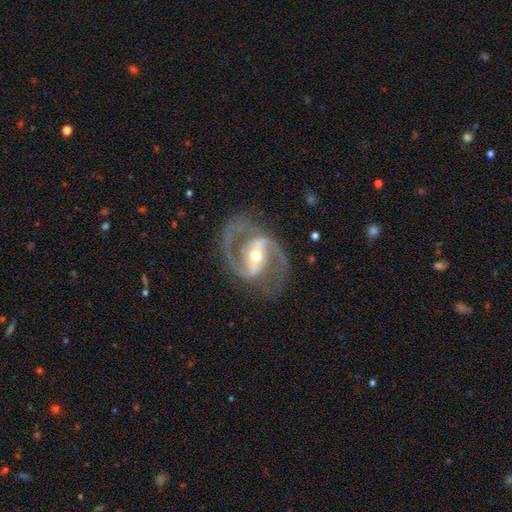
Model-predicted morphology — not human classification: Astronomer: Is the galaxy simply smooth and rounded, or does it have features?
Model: featured or disk — 92%.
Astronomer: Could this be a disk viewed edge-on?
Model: no — 97%.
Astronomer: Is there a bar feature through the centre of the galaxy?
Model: strong — 54% (runner-up: weak, 32%).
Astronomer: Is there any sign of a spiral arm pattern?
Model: yes — 97%.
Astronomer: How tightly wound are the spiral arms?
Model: medium — 64%.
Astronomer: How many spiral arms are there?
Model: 2 — 94%.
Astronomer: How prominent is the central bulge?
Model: moderate — 67%.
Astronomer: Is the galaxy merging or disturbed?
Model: none — 77%.